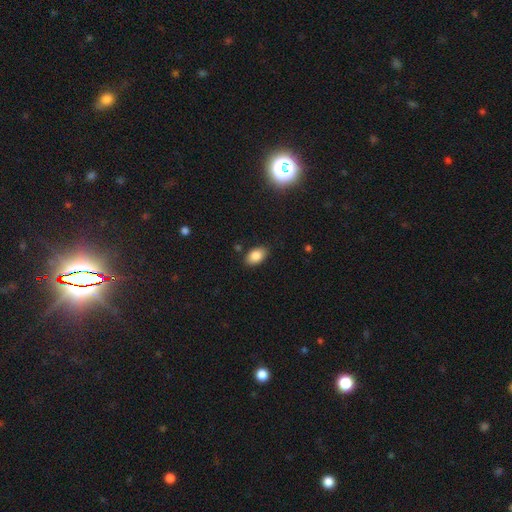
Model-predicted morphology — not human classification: smooth-or-featured: smooth: 84% | star or artifact: 9% | featured or disk: 7%
  how-rounded: in between: 91% | round: 7% | cigar-shaped: 2%
  merging: none: 85% | minor disturbance: 11% | major disturbance: 2% | merger: 2%